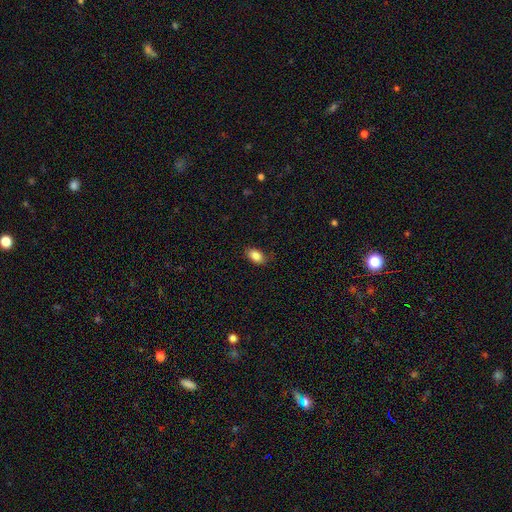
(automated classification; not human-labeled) Morphology: type=smooth (86%); roundness=in between (88%); merging=none (82%).